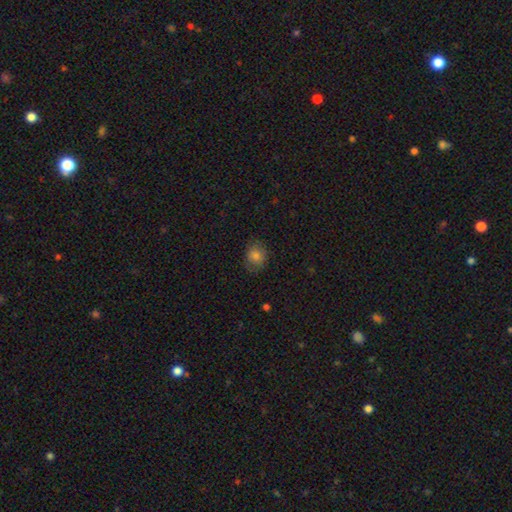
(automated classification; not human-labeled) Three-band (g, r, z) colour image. It shows a smooth galaxy with no disk features (78%) that is round (57%). Merging: none (78%).